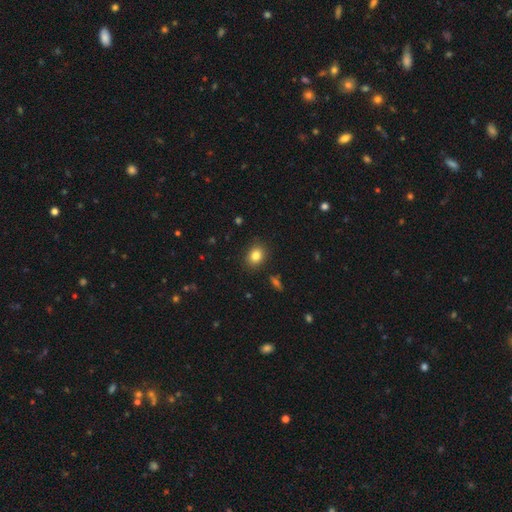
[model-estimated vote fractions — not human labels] smooth-or-featured: smooth: 83% | star or artifact: 11% | featured or disk: 7%
  how-rounded: round: 54% | in between: 45% | cigar-shaped: 1%
  merging: none: 88% | minor disturbance: 8% | major disturbance: 2% | merger: 2%